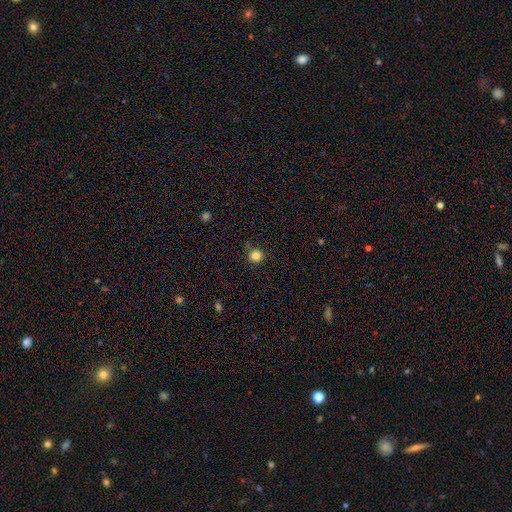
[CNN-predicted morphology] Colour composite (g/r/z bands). It shows a smooth galaxy with no disk features (82%) that is round (93%). Merging: none (87%).